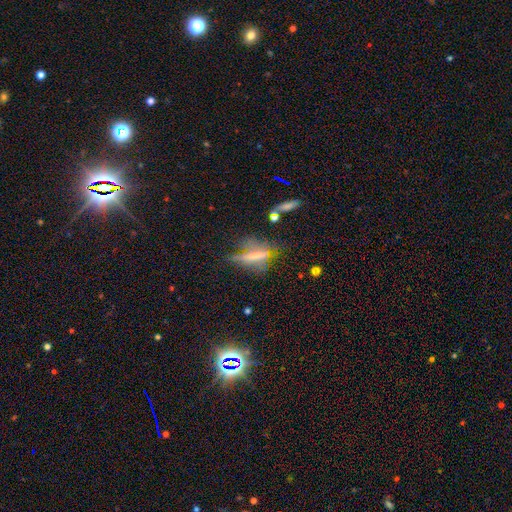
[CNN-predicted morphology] Overall: featured or disk (45%; smooth 40%). Merging: none (41%; major disturbance 28%).